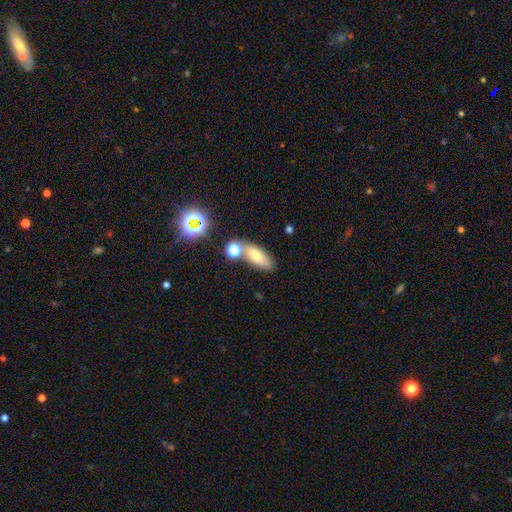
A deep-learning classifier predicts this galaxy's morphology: Smooth or featured? smooth (66%)
How rounded? in between (74%)
Merging? none (61%)